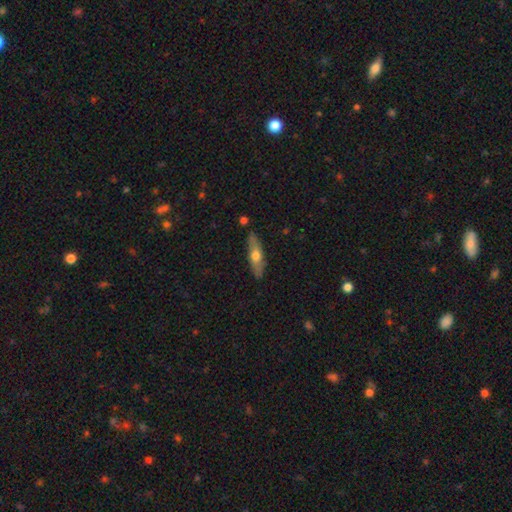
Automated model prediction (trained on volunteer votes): The model was most divided on "smooth or featured": smooth: 50%, featured or disk: 44%, star or artifact: 6%. More confident: merging — none (83%); how rounded — cigar-shaped (61%).